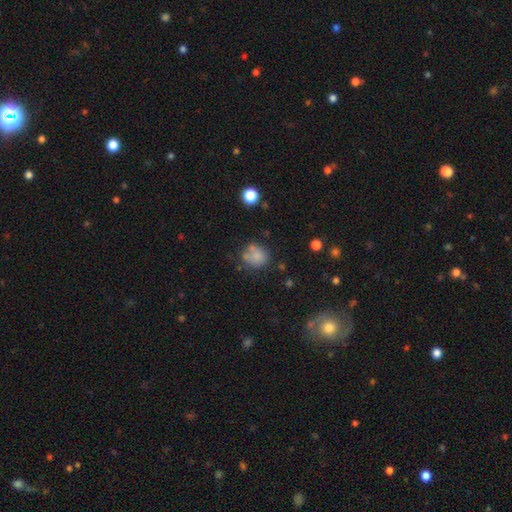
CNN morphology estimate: Smooth or featured? smooth (73%)
How rounded? round (73%)
Merging? none (52%)